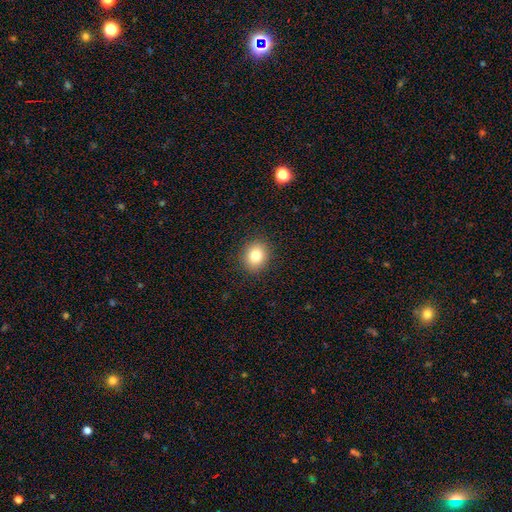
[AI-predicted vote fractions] smooth 81%, star or artifact 11%, featured or disk 8%. Down the decision tree: how rounded — round (75%); merging — none (90%).